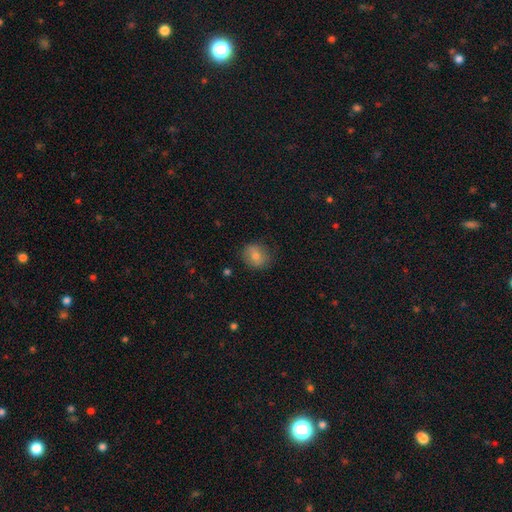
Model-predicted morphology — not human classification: The model was most divided on "how rounded": round: 75%, in between: 24%, cigar-shaped: 1%. More confident: merging — none (78%); smooth or featured — smooth (74%).